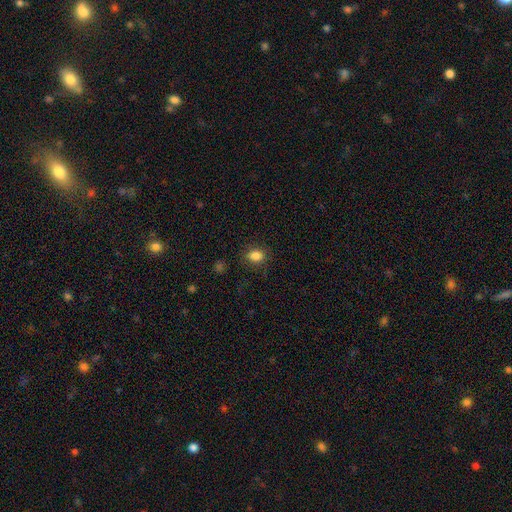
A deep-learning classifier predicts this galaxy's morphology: smooth-or-featured: smooth: 85% | star or artifact: 11% | featured or disk: 4%
  how-rounded: in between: 55% | round: 43% | cigar-shaped: 1%
  merging: none: 85% | minor disturbance: 11% | major disturbance: 3% | merger: 1%